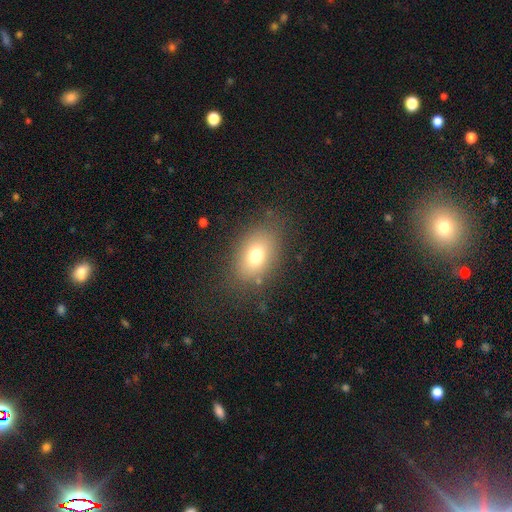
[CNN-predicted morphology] A smooth galaxy with no disk features (73%) that is in between round and cigar-shaped (77%).

Vote fractions:
- Smooth or featured? smooth: 73% / featured or disk: 15% / star or artifact: 13%
- How rounded? in between: 77% / round: 22% / cigar-shaped: 2%
- Merging? none: 77% / minor disturbance: 14% / major disturbance: 7% / merger: 2%